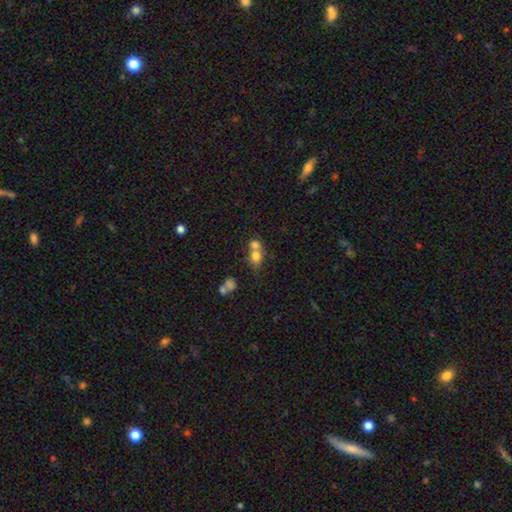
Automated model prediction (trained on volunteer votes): smooth_or_featured: smooth (p=0.72) [alt: featured or disk p=0.16]
how_rounded: round (p=0.63) [alt: in between p=0.35]
merging: merger (p=0.62) [alt: none p=0.28]